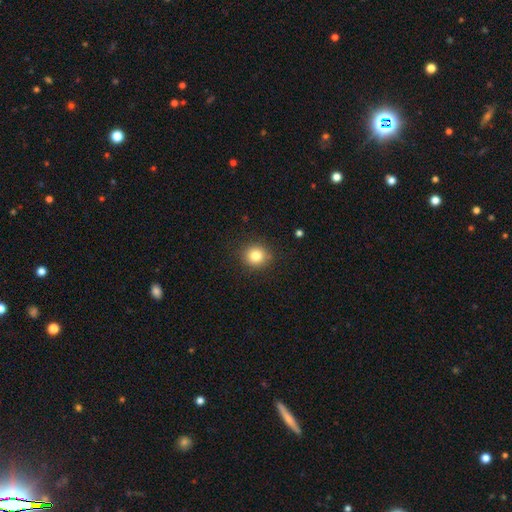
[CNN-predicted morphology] Overall: smooth (82%). How rounded: round (89%). Merging: none (89%).